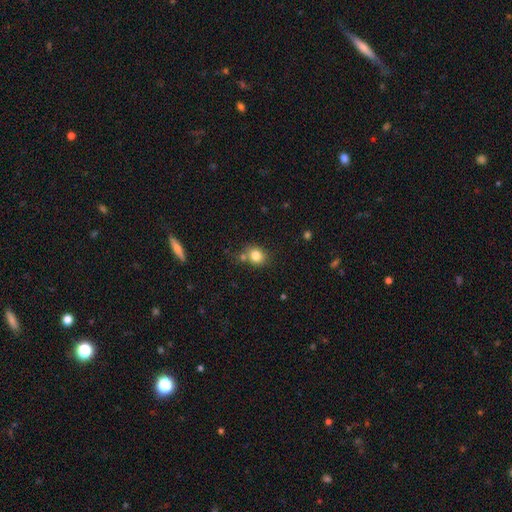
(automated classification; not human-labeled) This is clearly a smooth galaxy (81%). How rounded: likely round (68%). Merging: likely none (64%).